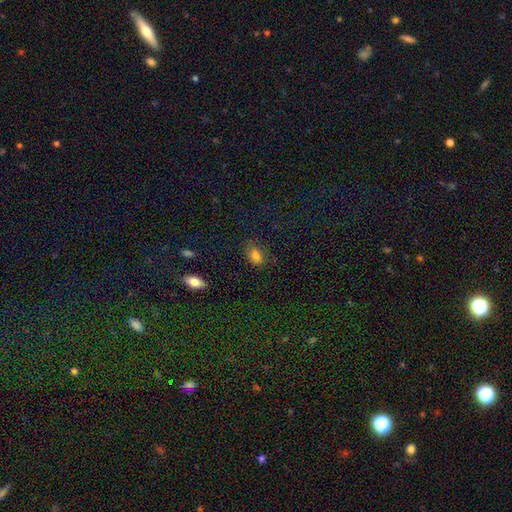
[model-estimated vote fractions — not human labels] Q: Smooth or featured?
A: smooth (79%); runner-up: star or artifact (14%)
Q: How rounded?
A: in between (82%); runner-up: round (16%)
Q: Merging?
A: none (72%); runner-up: minor disturbance (20%)